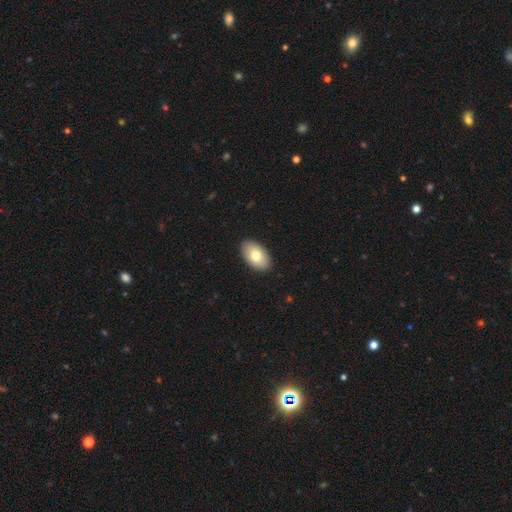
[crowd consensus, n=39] Overall: smooth (74%). How rounded: in between (100%). Merging: none (86%).